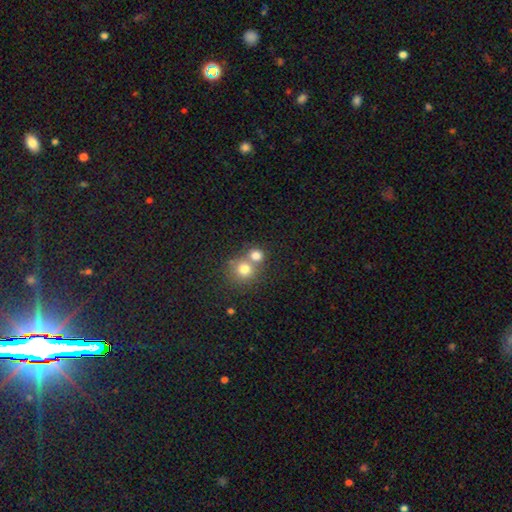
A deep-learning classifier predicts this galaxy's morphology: type=smooth (76%); roundness=round (84%); merging=merger (47%).